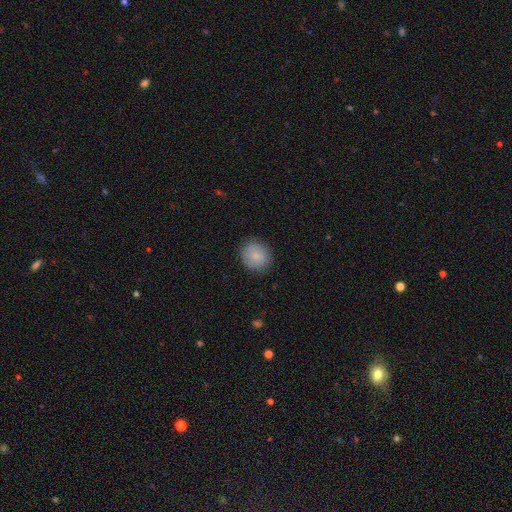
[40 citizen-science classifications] smooth-or-featured: smooth: 92% | star or artifact: 8% | featured or disk: 0%
  how-rounded: round: 68% | in between: 32% | cigar-shaped: 0%
  merging: none: 92% | major disturbance: 5% | minor disturbance: 3% | merger: 0%